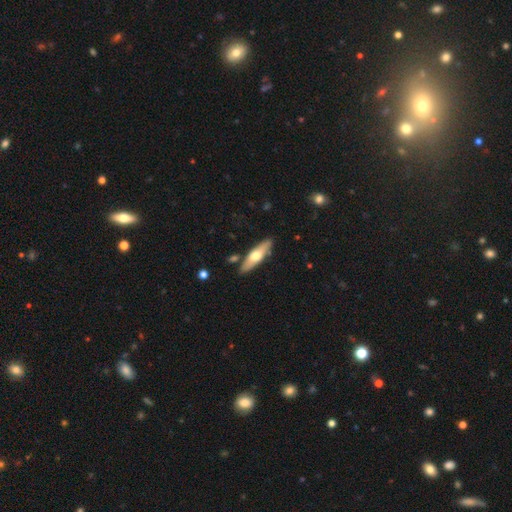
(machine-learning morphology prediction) Smooth or featured? smooth (50%)
Merging? none (84%)